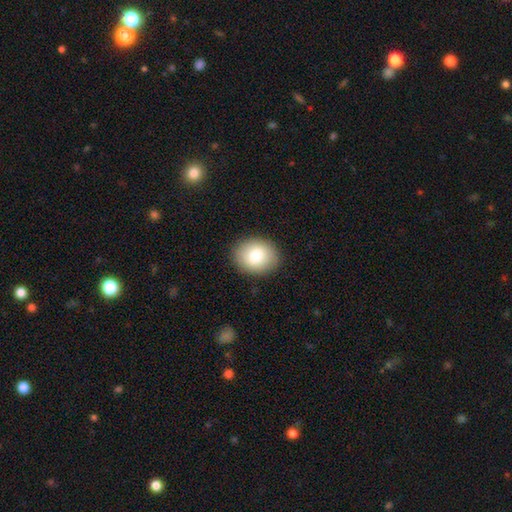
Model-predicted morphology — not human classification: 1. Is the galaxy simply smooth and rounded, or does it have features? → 83% smooth, 10% featured or disk, 7% star or artifact.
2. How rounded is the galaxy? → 51% in between, 48% round, 1% cigar-shaped.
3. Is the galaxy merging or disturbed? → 89% none, 8% minor disturbance, 2% major disturbance, 1% merger.